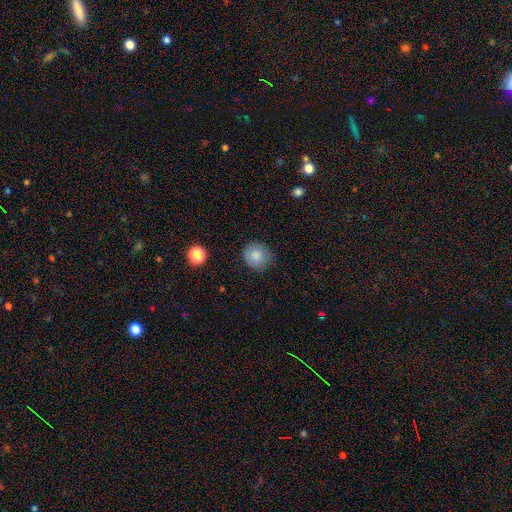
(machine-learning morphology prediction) This is clearly a smooth galaxy (84%). How rounded: clearly round (83%). Merging: clearly none (82%).